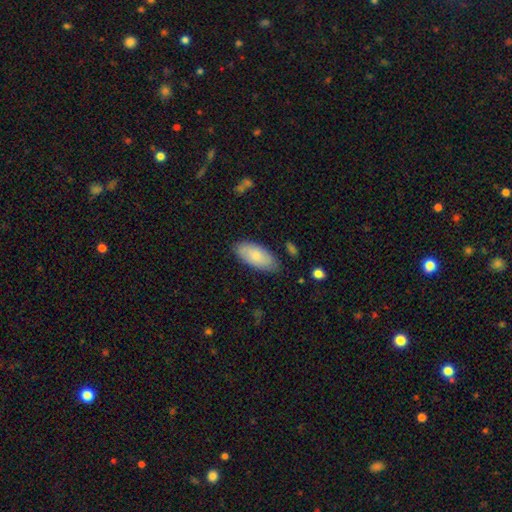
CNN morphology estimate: Smooth or featured: smooth — 80% (featured or disk — 14%)
How rounded: in between — 91% (cigar-shaped — 7%)
Merging: none — 80% (minor disturbance — 16%)